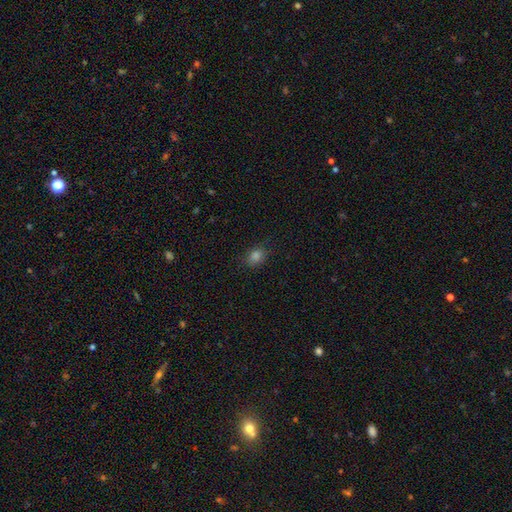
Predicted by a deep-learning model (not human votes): A smooth galaxy with no disk features (77%) that is in between round and cigar-shaped (56%). Merging: none (83%).